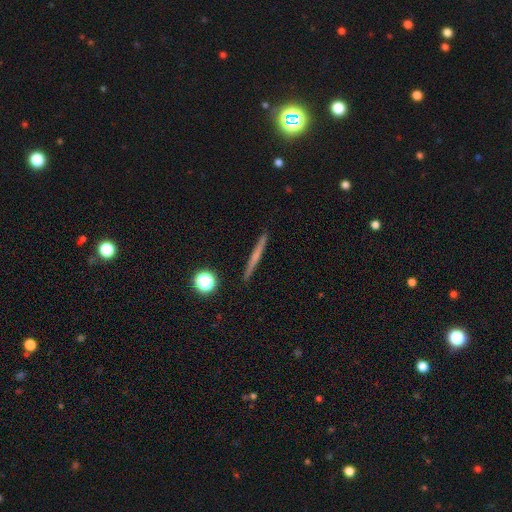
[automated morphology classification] smooth-or-featured: smooth: 47% | featured or disk: 44% | star or artifact: 9%
  merging: none: 92% | minor disturbance: 5% | major disturbance: 1% | merger: 1%